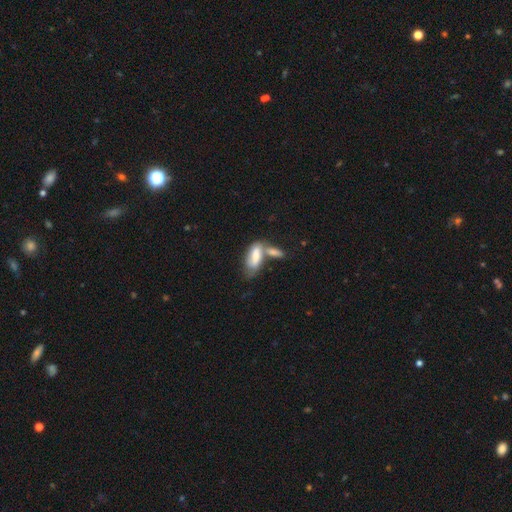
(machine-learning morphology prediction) smooth-or-featured: smooth: 68% | featured or disk: 25% | star or artifact: 7%
  how-rounded: in between: 79% | cigar-shaped: 18% | round: 3%
  merging: merger: 55% | none: 25% | minor disturbance: 13% | major disturbance: 7%